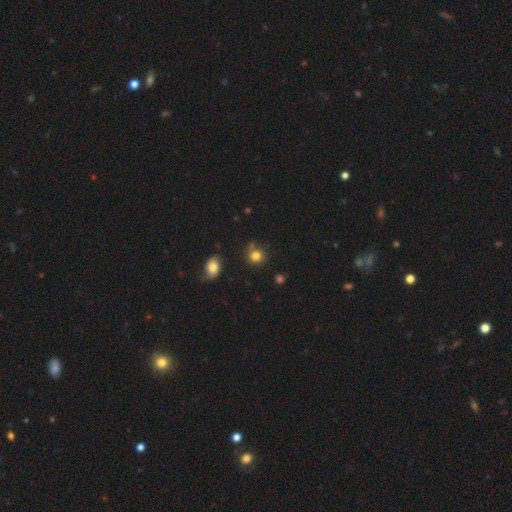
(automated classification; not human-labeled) Q: Smooth or featured?
A: smooth (82%); runner-up: star or artifact (12%)
Q: How rounded?
A: round (86%); runner-up: in between (13%)
Q: Merging?
A: none (75%); runner-up: minor disturbance (12%)